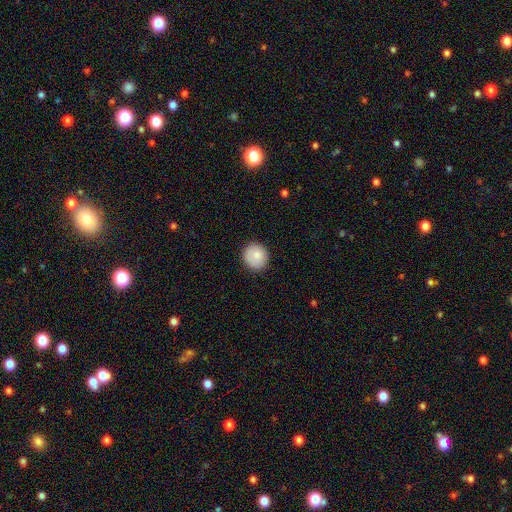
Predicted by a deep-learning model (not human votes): A smooth galaxy with no disk features (82%) that is round (89%). Merging: none (88%).